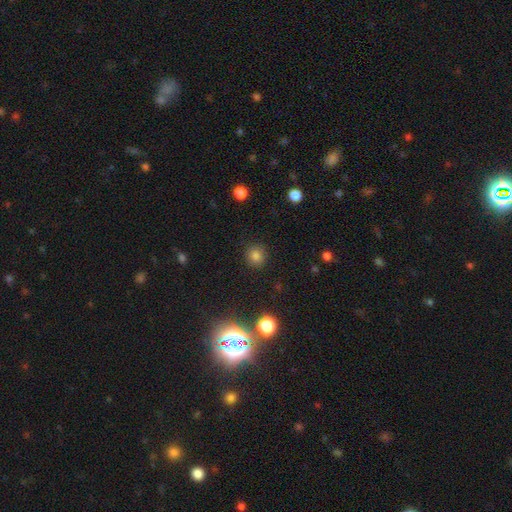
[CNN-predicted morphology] smooth-or-featured: smooth: 80% | star or artifact: 15% | featured or disk: 5%
  how-rounded: round: 90% | in between: 9% | cigar-shaped: 1%
  merging: none: 90% | minor disturbance: 6% | major disturbance: 3% | merger: 1%